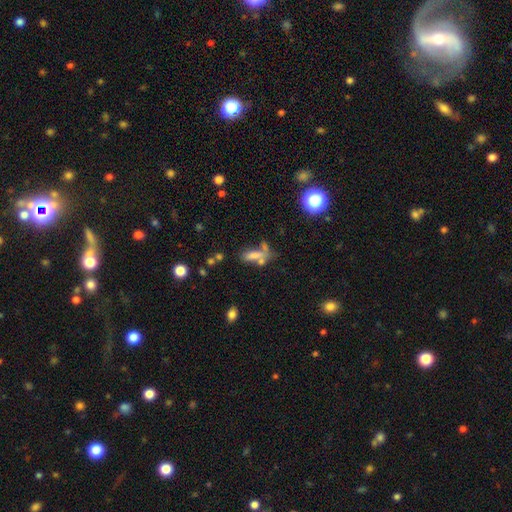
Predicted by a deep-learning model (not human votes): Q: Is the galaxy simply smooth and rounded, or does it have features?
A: smooth — 66%.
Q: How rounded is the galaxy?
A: in between — 60%.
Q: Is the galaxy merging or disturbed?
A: none — 37%.